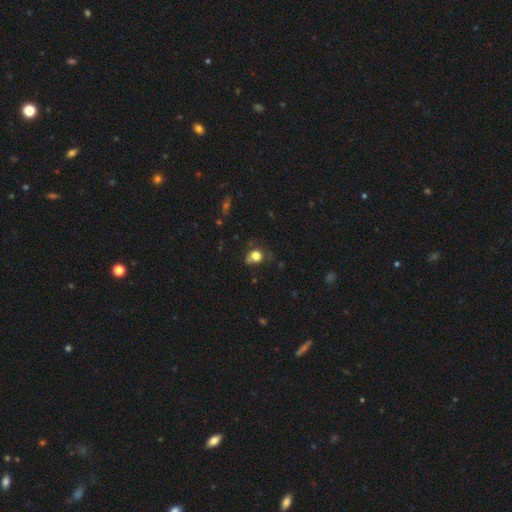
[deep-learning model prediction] Smooth or featured: smooth — 76% (featured or disk — 13%)
How rounded: round — 63% (in between — 36%)
Merging: none — 46% (minor disturbance — 31%)